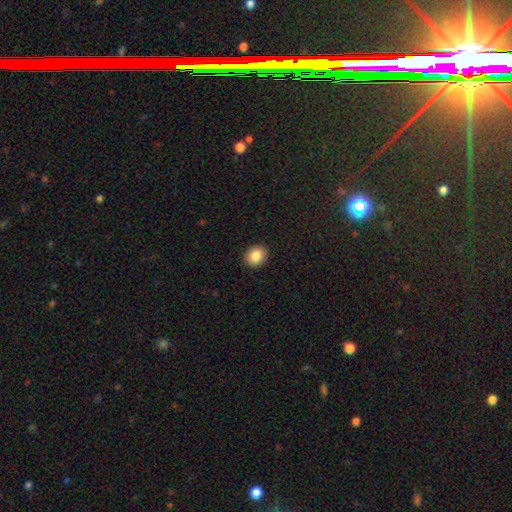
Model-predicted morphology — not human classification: smooth 85%, star or artifact 9%, featured or disk 6%. Down the decision tree: how rounded — round (67%); merging — none (92%).